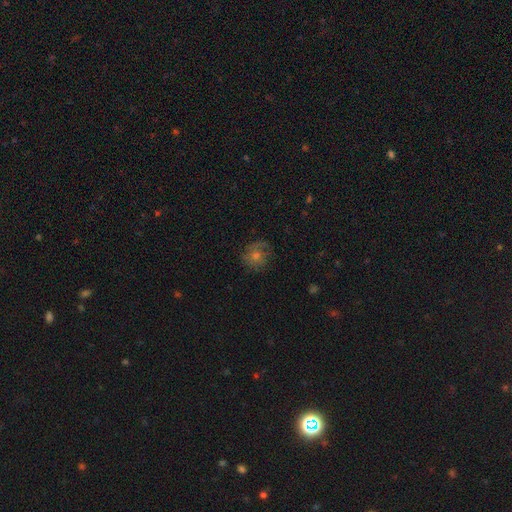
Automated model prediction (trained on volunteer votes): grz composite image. It shows a smooth galaxy with no disk features (42%). Merging: none (71%).